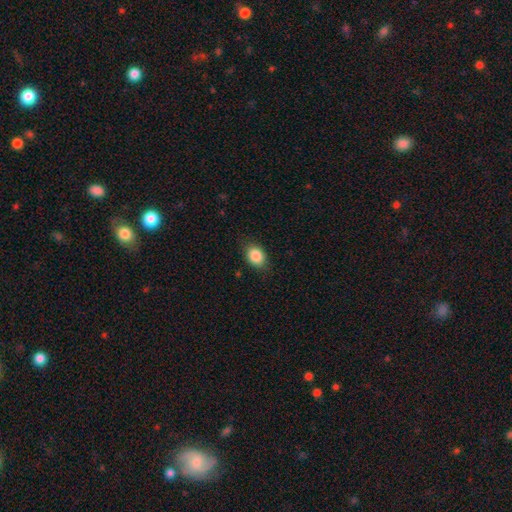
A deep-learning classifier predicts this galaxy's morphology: smooth-or-featured: smooth: 87% | star or artifact: 8% | featured or disk: 5%
  how-rounded: in between: 63% | round: 36% | cigar-shaped: 1%
  merging: none: 83% | minor disturbance: 13% | major disturbance: 3% | merger: 1%